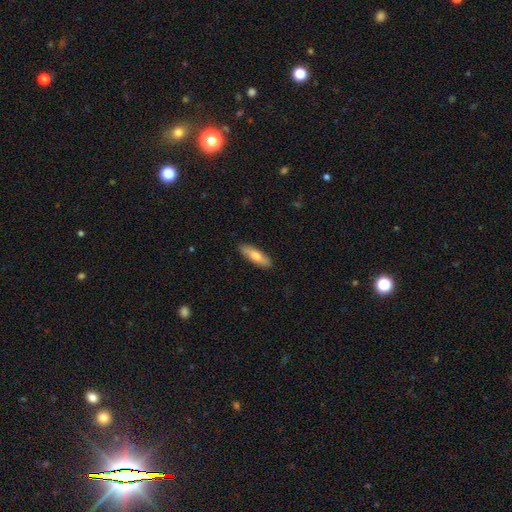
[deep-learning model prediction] smooth_or_featured: smooth (p=0.69) [alt: featured or disk p=0.26]
how_rounded: cigar-shaped (p=0.55) [alt: in between p=0.43]
merging: none (p=0.89) [alt: minor disturbance p=0.09]